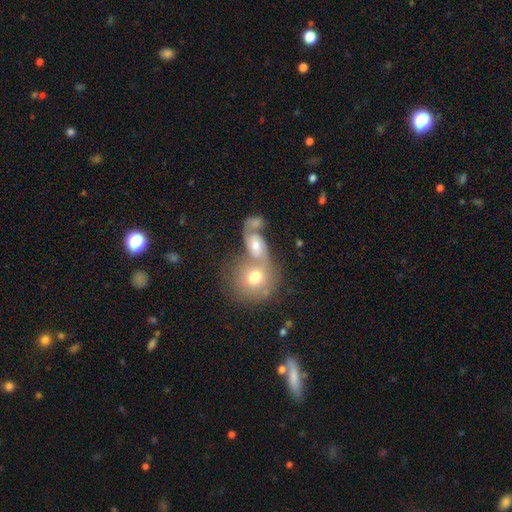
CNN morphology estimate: A smooth galaxy with no disk features (51%) that is round (69%).

Vote fractions:
- Smooth or featured? smooth: 51% / featured or disk: 31% / star or artifact: 19%
- How rounded? round: 69% / in between: 28% / cigar-shaped: 3%
- Merging? merger: 52% / none: 35% / minor disturbance: 8% / major disturbance: 5%